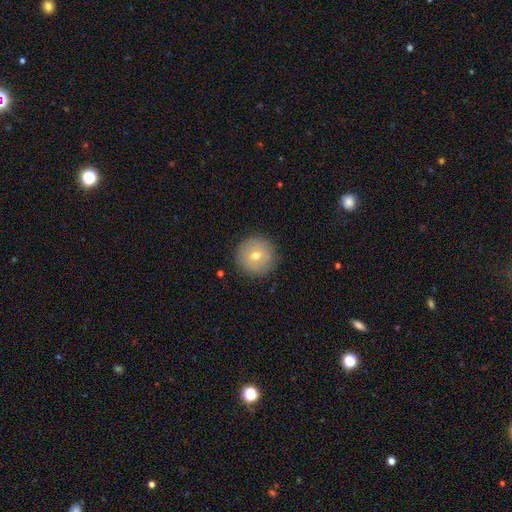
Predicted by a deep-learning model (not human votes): Smooth or featured?
  - smooth: 66% *
  - featured or disk: 24%
  - star or artifact: 9%
How rounded?
  - round: 95% *
  - in between: 4%
  - cigar-shaped: 1%
Merging?
  - none: 89% *
  - minor disturbance: 8%
  - major disturbance: 3%
  - merger: 1%